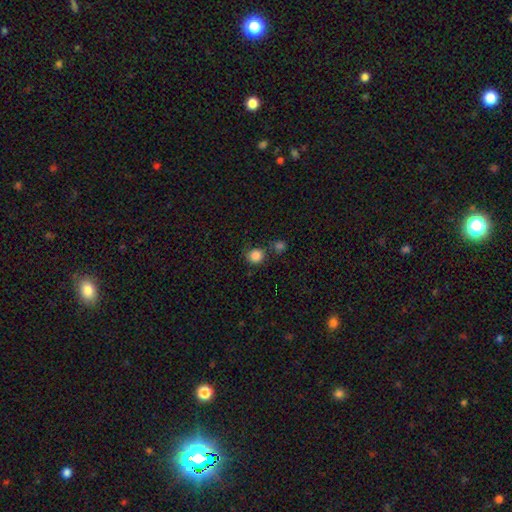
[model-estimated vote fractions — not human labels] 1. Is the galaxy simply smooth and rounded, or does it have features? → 85% smooth, 11% star or artifact, 4% featured or disk.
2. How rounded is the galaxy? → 89% round, 10% in between, 1% cigar-shaped.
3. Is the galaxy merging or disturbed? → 73% none, 12% merger, 11% minor disturbance, 4% major disturbance.